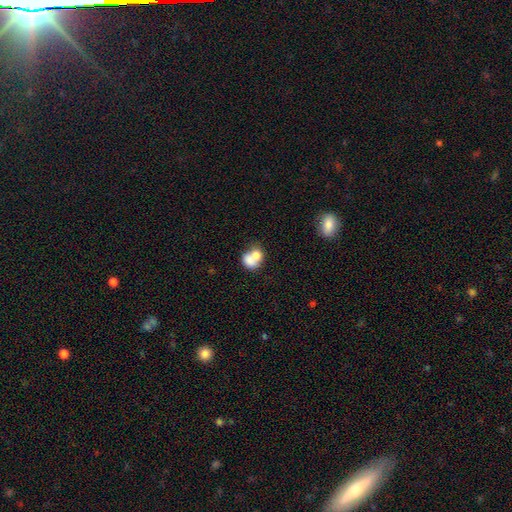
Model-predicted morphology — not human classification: This is likely a smooth galaxy (72%). How rounded: possibly round (54%). Merging: likely merger (66%).